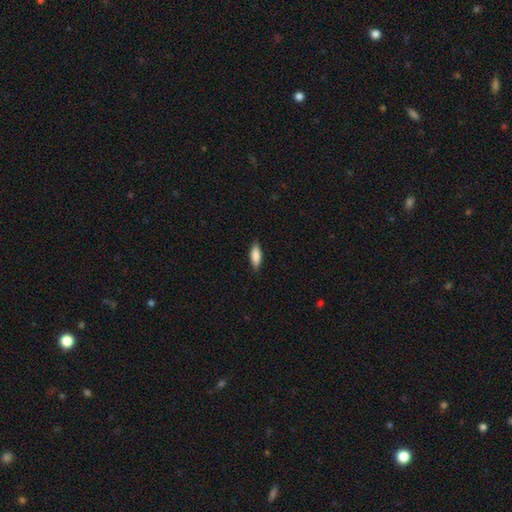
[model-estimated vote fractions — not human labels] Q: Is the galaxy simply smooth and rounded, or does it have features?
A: smooth — 85%.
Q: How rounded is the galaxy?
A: in between — 55%.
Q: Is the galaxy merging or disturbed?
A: none — 85%.